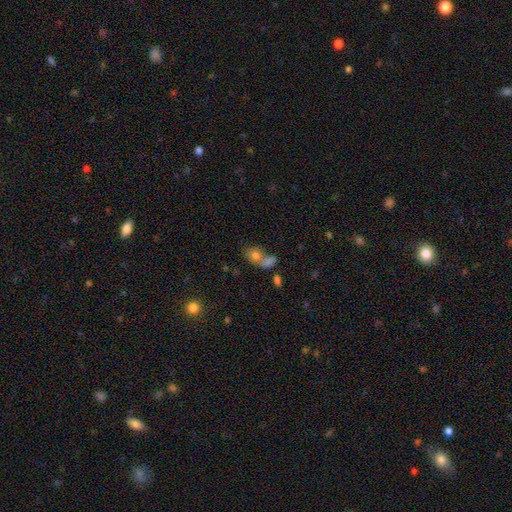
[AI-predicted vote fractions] smooth 75%, featured or disk 15%, star or artifact 11%. Down the decision tree: how rounded — in between (56%); merging — merger (57%).